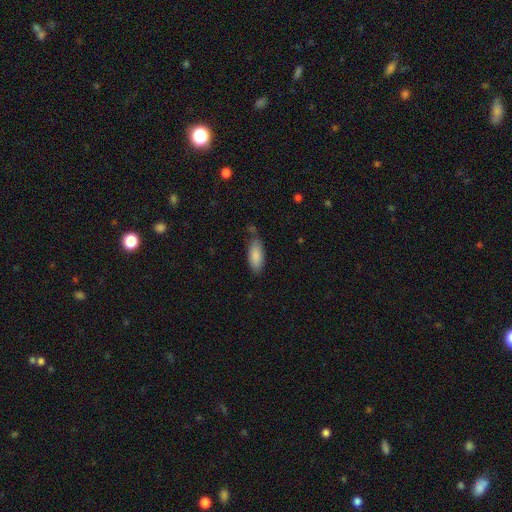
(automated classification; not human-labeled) Smooth or featured?
  - smooth: 88% *
  - featured or disk: 6%
  - star or artifact: 6%
How rounded?
  - in between: 81% *
  - cigar-shaped: 18%
  - round: 2%
Merging?
  - none: 68% *
  - minor disturbance: 23%
  - merger: 5%
  - major disturbance: 5%